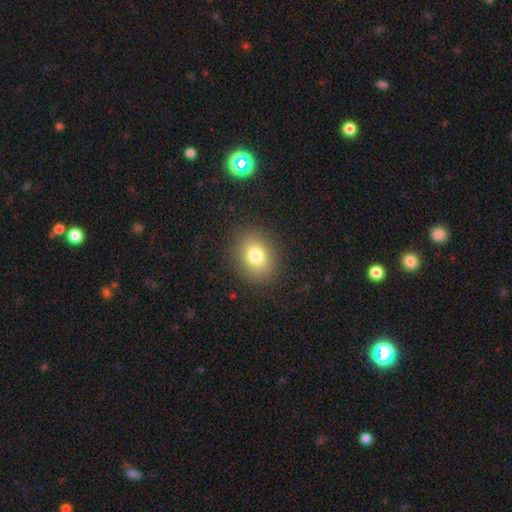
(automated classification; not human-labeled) A smooth galaxy with no disk features (80%) that is round (58%). Merging: none (88%).